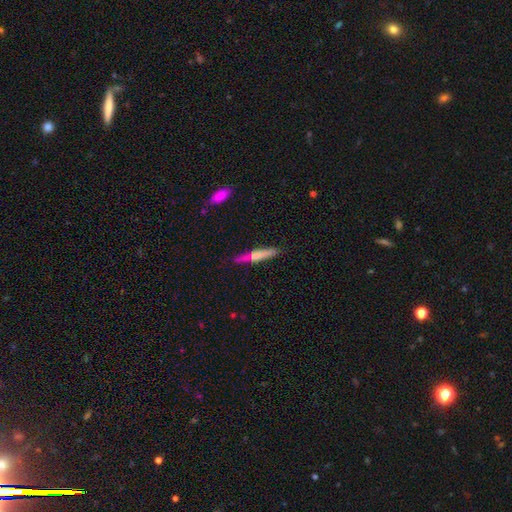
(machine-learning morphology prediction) Smooth or featured? smooth (48%)
Merging? none (78%)